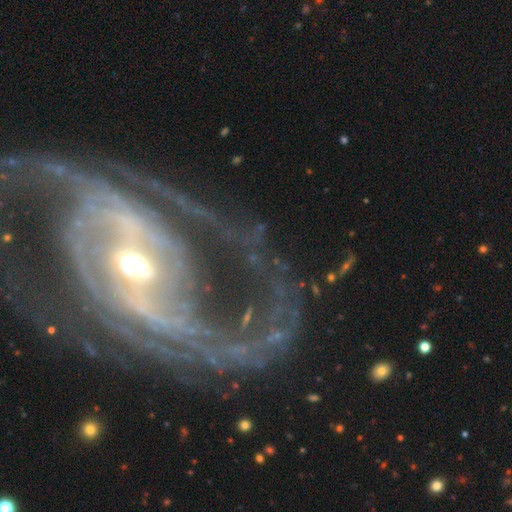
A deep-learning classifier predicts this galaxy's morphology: Smooth or featured: featured or disk — 89% (star or artifact — 6%)
Edge-on disk: no — 95% (yes — 5%)
Bar: strong — 45% (weak — 32%)
Spiral arms: yes — 89% (no — 11%)
Spiral winding: medium — 42% (tight — 33%)
Spiral arm count: 2 — 63% (can't tell — 14%)
Bulge size: moderate — 57% (small — 31%)
Merging: none — 60% (major disturbance — 22%)